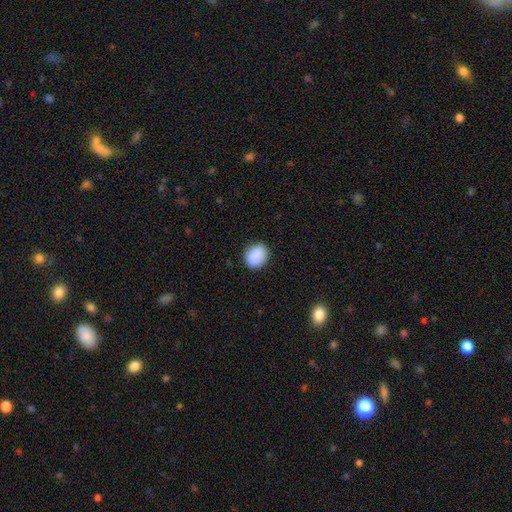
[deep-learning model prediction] Smooth or featured?
  - smooth: 88% *
  - star or artifact: 7%
  - featured or disk: 5%
How rounded?
  - round: 59% *
  - in between: 40%
  - cigar-shaped: 1%
Merging?
  - none: 84% *
  - minor disturbance: 12%
  - major disturbance: 3%
  - merger: 1%